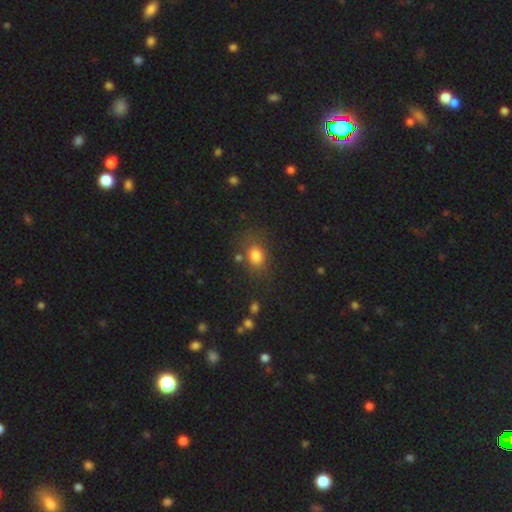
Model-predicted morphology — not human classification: This is likely a smooth galaxy (79%). How rounded: possibly in between (58%). Merging: likely none (72%).